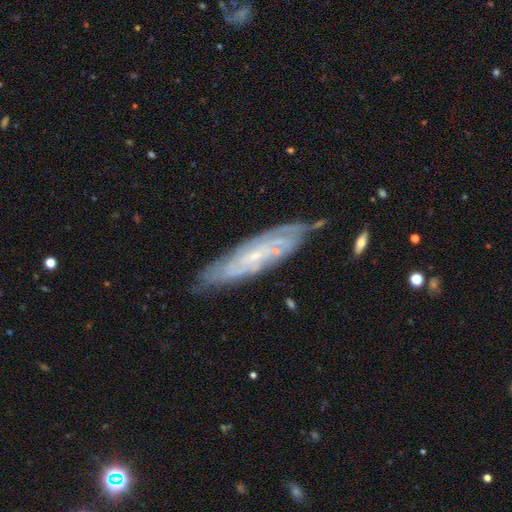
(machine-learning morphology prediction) The model was most divided on "spiral arm count": can't tell: 50%, 2: 22%, 3: 11%, 4: 8%, more than 4: 5%, 1: 4%. More confident: spiral arms — yes (90%); bulge size — small (82%); smooth or featured — featured or disk (77%); merging — none (76%); edge-on disk — no (72%); spiral winding — tight (65%); bar — no (59%).